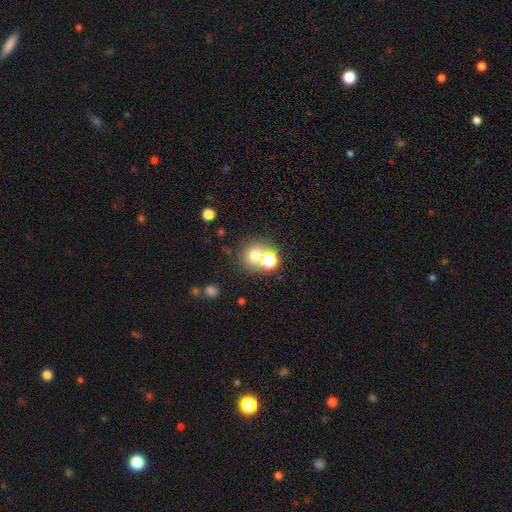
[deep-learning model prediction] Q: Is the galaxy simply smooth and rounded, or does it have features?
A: smooth — 68%.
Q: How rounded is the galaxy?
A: round — 86%.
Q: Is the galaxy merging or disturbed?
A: none — 58%.